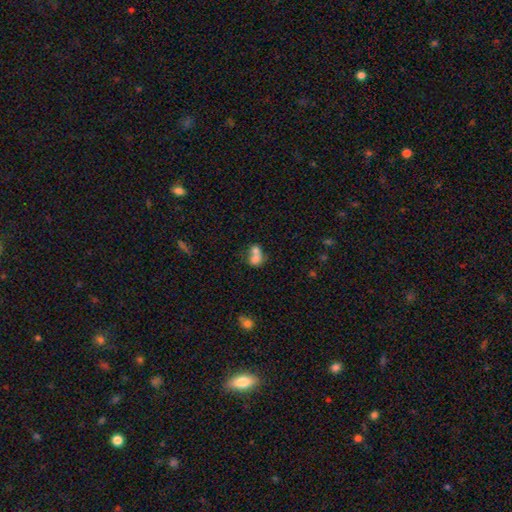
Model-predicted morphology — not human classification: Smooth or featured? smooth (70%)
How rounded? round (53%)
Merging? merger (71%)